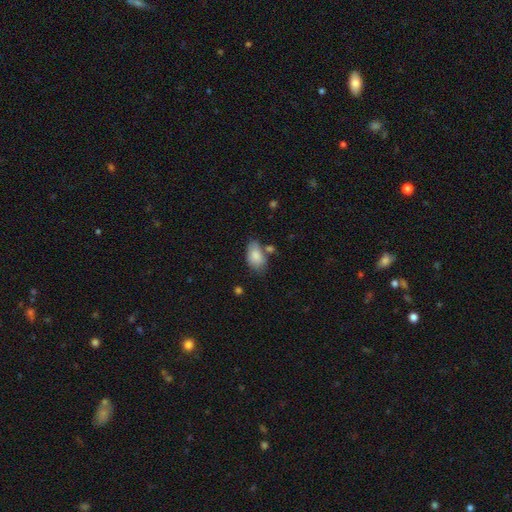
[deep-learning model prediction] smooth-or-featured: smooth: 84% | featured or disk: 9% | star or artifact: 7%
  how-rounded: in between: 92% | round: 6% | cigar-shaped: 2%
  merging: none: 56% | minor disturbance: 24% | merger: 13% | major disturbance: 7%